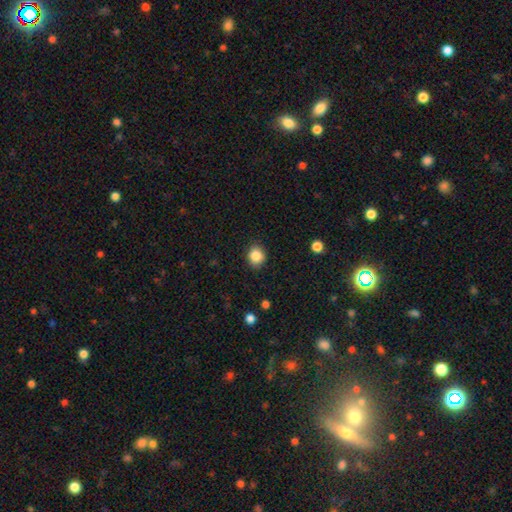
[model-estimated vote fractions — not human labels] smooth_or_featured: smooth (p=0.86) [alt: star or artifact p=0.10]
how_rounded: round (p=0.73) [alt: in between p=0.26]
merging: none (p=0.87) [alt: minor disturbance p=0.10]